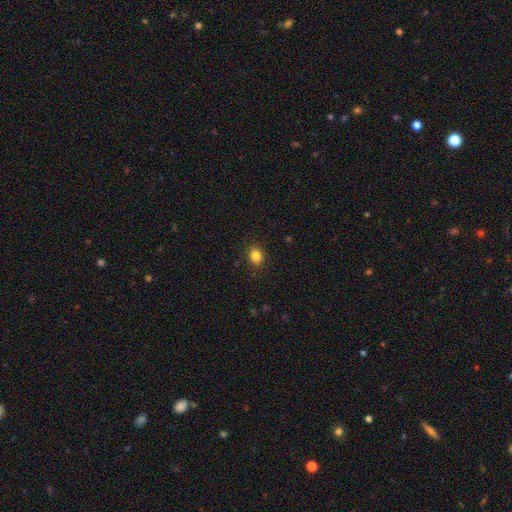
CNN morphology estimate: Q: Smooth or featured?
A: smooth (84%); runner-up: star or artifact (11%)
Q: How rounded?
A: round (63%); runner-up: in between (36%)
Q: Merging?
A: none (88%); runner-up: minor disturbance (8%)